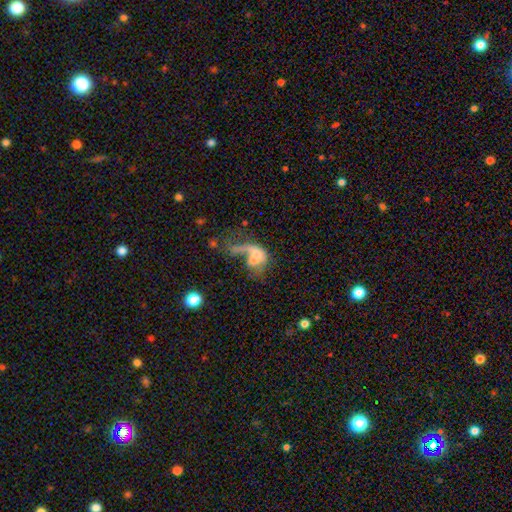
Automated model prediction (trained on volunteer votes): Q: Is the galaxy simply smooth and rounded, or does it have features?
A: featured or disk — 47%.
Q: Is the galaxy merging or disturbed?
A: major disturbance — 52%.